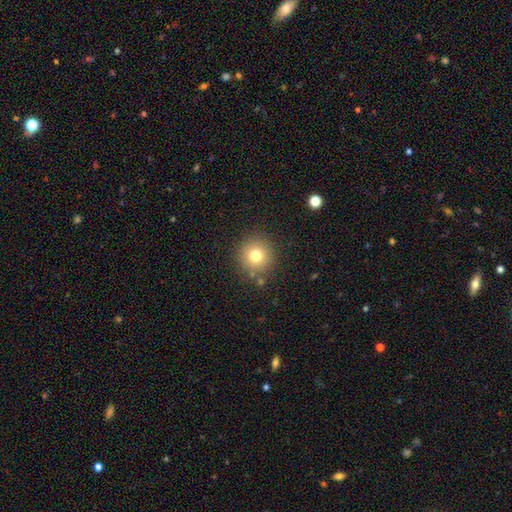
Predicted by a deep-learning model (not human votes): smooth-or-featured: smooth: 77% | star or artifact: 13% | featured or disk: 10%
  how-rounded: round: 95% | in between: 4% | cigar-shaped: 1%
  merging: none: 86% | minor disturbance: 8% | merger: 4% | major disturbance: 3%